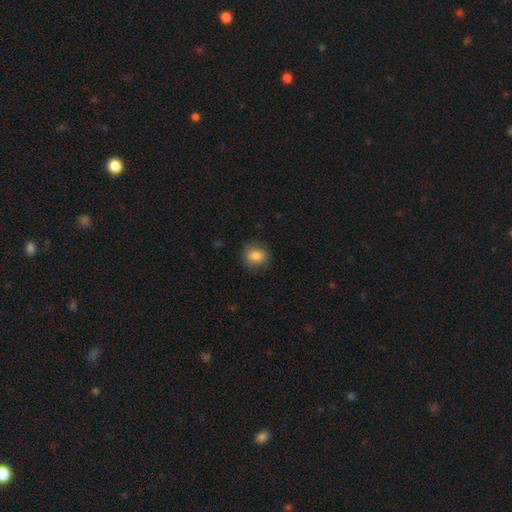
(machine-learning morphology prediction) A smooth galaxy with no disk features (82%) that is round (68%).

Vote fractions:
- Smooth or featured? smooth: 82% / featured or disk: 9% / star or artifact: 9%
- How rounded? round: 68% / in between: 31% / cigar-shaped: 1%
- Merging? none: 83% / minor disturbance: 13% / major disturbance: 4% / merger: 1%